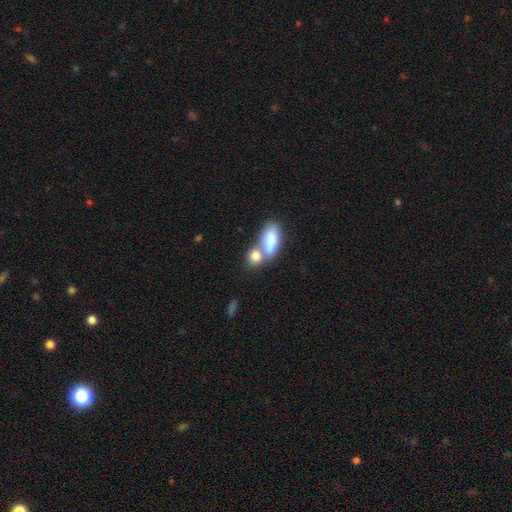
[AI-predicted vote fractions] Morphology: type=smooth (81%); roundness=in between (72%); merging=merger (59%).